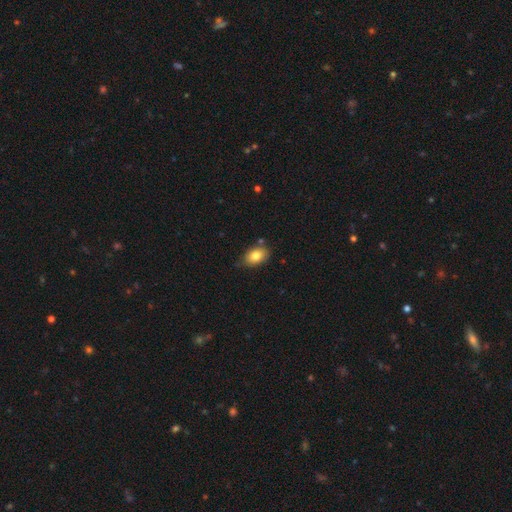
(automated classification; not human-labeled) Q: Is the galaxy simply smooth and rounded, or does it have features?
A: smooth — 82%.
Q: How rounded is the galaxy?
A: in between — 84%.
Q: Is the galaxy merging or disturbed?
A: none — 76%.